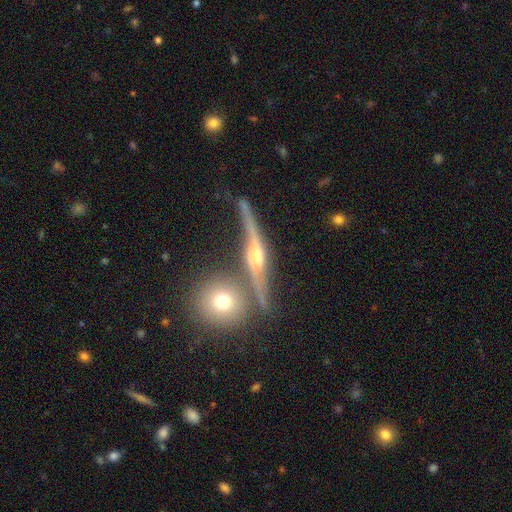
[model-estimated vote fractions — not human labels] This is clearly a featured or disk galaxy (81%). It is clearly viewed edge-on (87%). Edge-on bulge: clearly rounded (81%). Merging: likely none (66%).